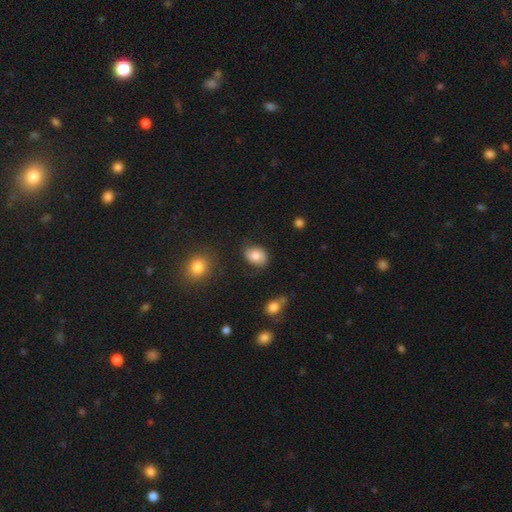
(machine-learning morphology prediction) smooth_or_featured: smooth (p=0.78) [alt: featured or disk p=0.14]
how_rounded: in between (p=0.68) [alt: round p=0.31]
merging: none (p=0.77) [alt: minor disturbance p=0.17]